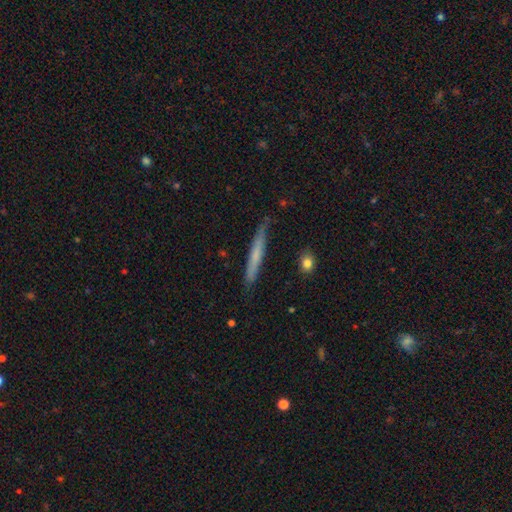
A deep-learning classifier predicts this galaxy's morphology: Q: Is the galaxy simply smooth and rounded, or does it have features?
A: smooth — 54%.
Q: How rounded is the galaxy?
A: cigar-shaped — 96%.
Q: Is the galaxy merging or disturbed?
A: none — 82%.